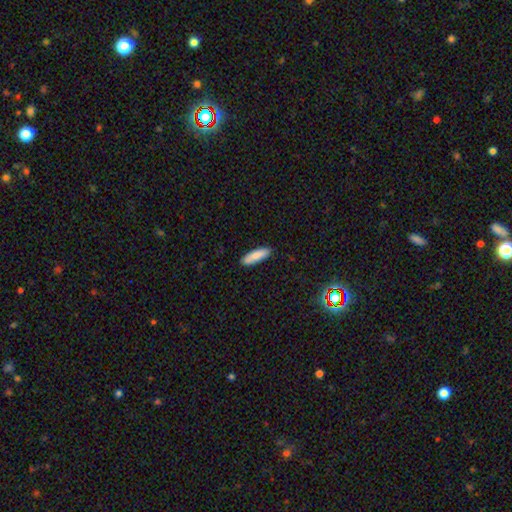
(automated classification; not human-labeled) Overall: smooth (87%). How rounded: cigar-shaped (56%; in between 42%). Merging: none (90%).